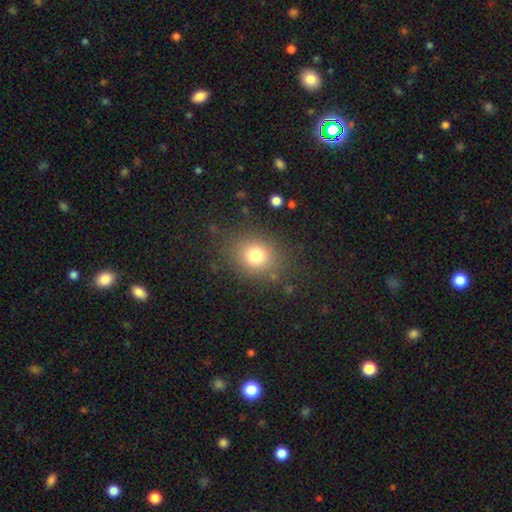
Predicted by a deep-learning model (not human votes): This is likely a smooth galaxy (77%). How rounded: likely round (69%). Merging: clearly none (82%).